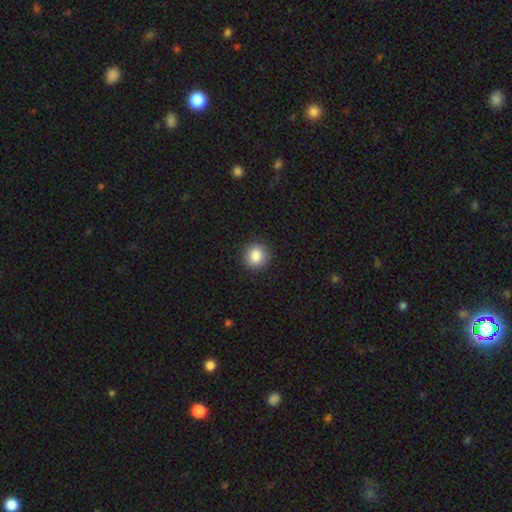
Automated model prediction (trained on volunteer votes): The model was most divided on "smooth or featured": smooth: 85%, star or artifact: 9%, featured or disk: 5%. More confident: how rounded — round (91%); merging — none (91%).